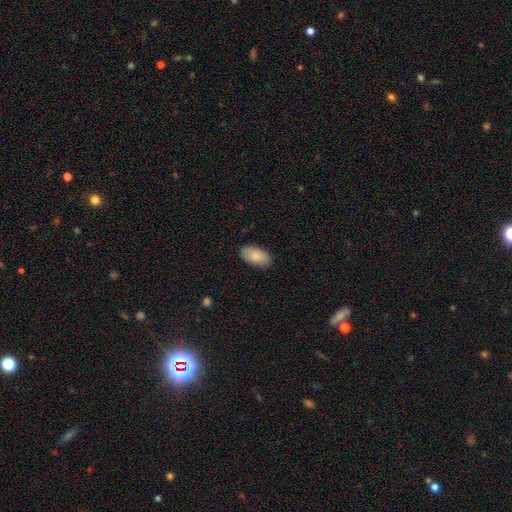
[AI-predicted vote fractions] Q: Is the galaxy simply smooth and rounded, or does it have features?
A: smooth — 87%.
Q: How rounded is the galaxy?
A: in between — 95%.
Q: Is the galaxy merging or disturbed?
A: none — 87%.